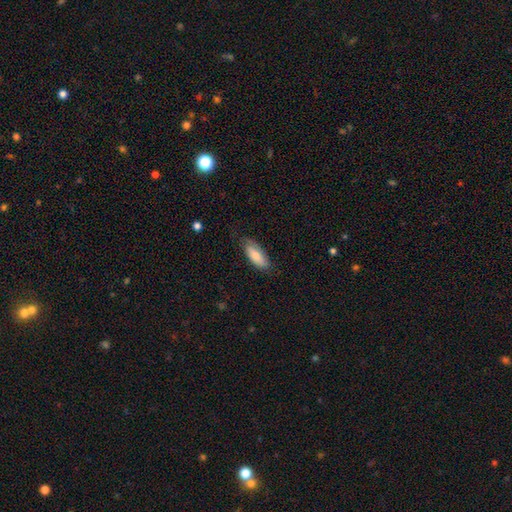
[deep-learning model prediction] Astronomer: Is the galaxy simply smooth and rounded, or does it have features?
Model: smooth — 78%.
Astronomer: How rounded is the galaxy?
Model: in between — 77%.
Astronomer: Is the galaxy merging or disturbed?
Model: none — 70%.